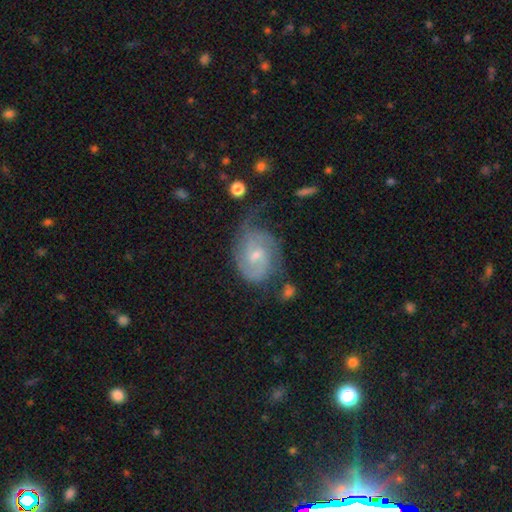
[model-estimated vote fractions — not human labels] The model was most divided on "spiral winding": tight: 42%, medium: 41%, loose: 16%. Remaining: edge-on disk — no (97%); spiral arms — yes (94%); smooth or featured — featured or disk (79%); spiral arm count — 2 (54%); merging — none (49%); bar — weak (48%); bulge size — small (47%).